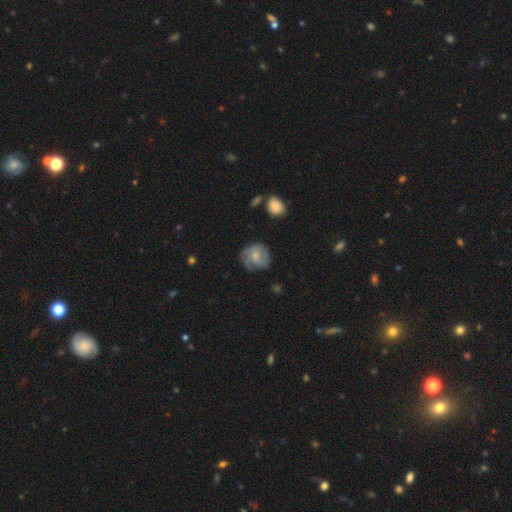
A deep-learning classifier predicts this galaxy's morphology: A featured or disk galaxy (59%) with no bar (70%), spiral arms (87%) and a moderate central bulge (47%).

Vote fractions:
- Smooth or featured? featured or disk: 59% / smooth: 34% / star or artifact: 7%
- Edge-on disk? no: 98% / yes: 2%
- Bar? no: 70% / weak: 26% / strong: 3%
- Spiral arms? yes: 87% / no: 13%
- Bulge size? moderate: 47% / small: 43% / none: 6% / large: 3% / dominant: 1%
- Merging? none: 66% / minor disturbance: 23% / major disturbance: 9% / merger: 2%